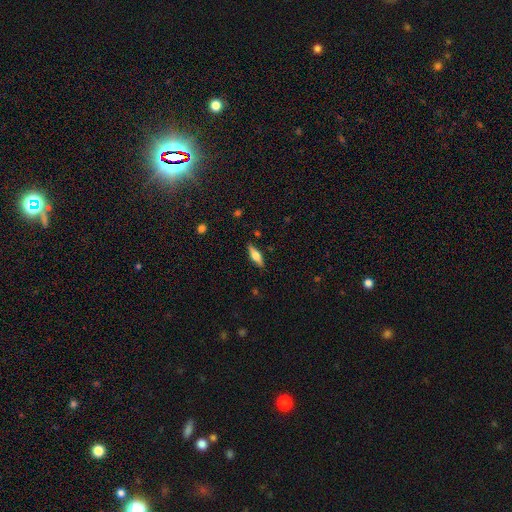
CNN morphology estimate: This is possibly a featured or disk galaxy (52%). It is clearly viewed edge-on (93%). Merging: clearly none (88%).